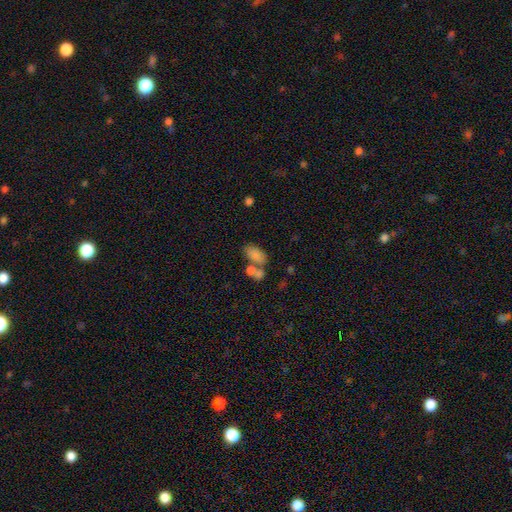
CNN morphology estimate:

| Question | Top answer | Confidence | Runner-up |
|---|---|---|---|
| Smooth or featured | smooth | 79% | featured or disk (12%) |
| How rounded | in between | 92% | round (6%) |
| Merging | none | 41% | merger (39%) |